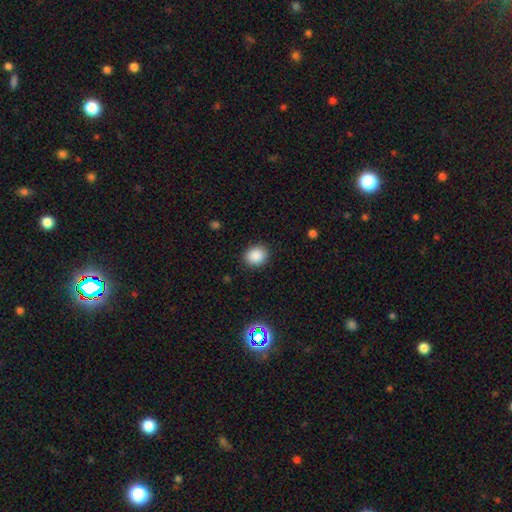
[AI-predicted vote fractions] A smooth galaxy with no disk features (87%) that is round (69%).

Vote fractions:
- Smooth or featured? smooth: 87% / star or artifact: 10% / featured or disk: 3%
- How rounded? round: 69% / in between: 30% / cigar-shaped: 1%
- Merging? none: 88% / minor disturbance: 8% / major disturbance: 2% / merger: 1%